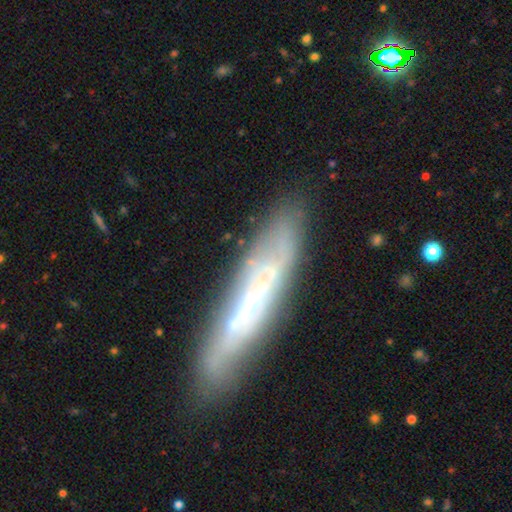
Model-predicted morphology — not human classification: Smooth or featured? featured or disk (65%)
Edge-on disk? yes (59%)
Merging? none (79%)